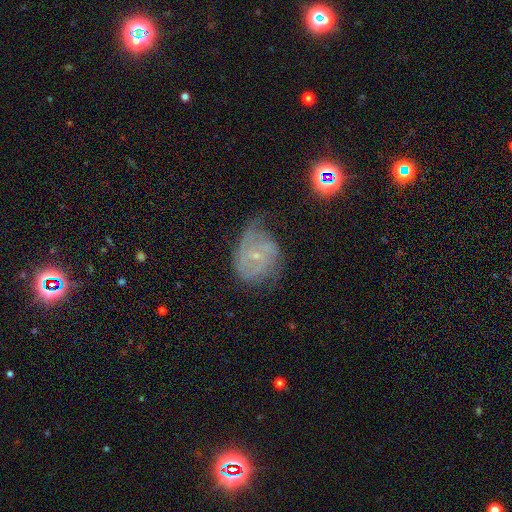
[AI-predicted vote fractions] This is likely a featured or disk galaxy (74%). It is clearly not viewed edge-on (97%). Bar: possibly no (58%). Spiral arm pattern: clearly yes (90%). Spiral arm count: marginally can't tell (34%). Spiral winding: possibly tight (48%). Central bulge: likely small (79%). Merging: marginally none (41%).